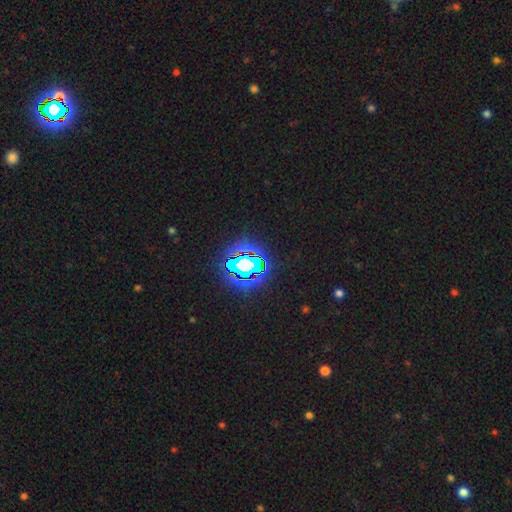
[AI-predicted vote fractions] A star or artifact, not a galaxy (84%).

Vote fractions:
- Smooth or featured? star or artifact: 84% / smooth: 10% / featured or disk: 6%